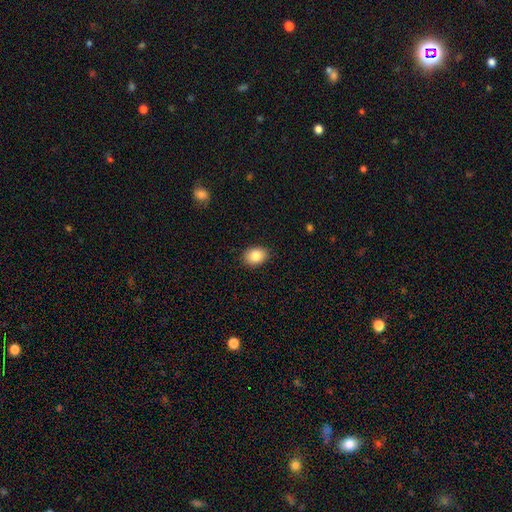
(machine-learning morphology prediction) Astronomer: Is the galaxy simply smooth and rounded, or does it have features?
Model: smooth — 86%.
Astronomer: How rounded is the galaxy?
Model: in between — 66%.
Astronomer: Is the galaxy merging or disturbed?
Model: none — 87%.